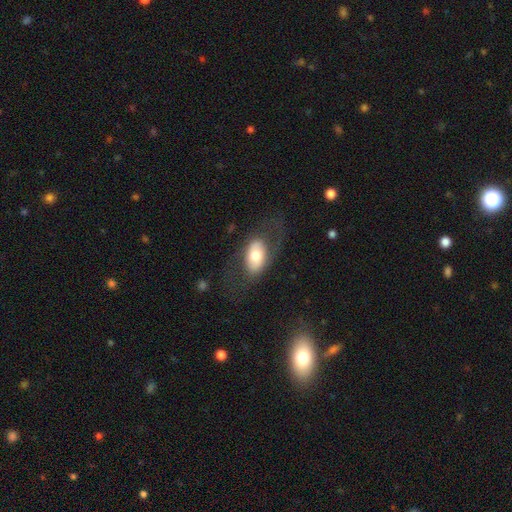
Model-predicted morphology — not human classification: This appears to be a smooth galaxy with no disk features (58%) that is in between round and cigar-shaped (91%). Merging: none (63%).